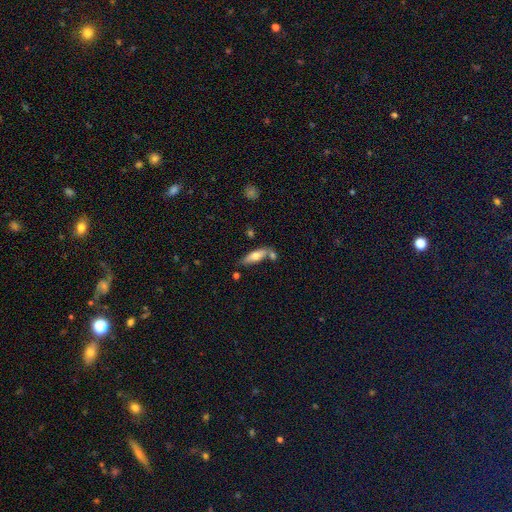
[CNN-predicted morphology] Smooth or featured? smooth (61%)
How rounded? cigar-shaped (50%)
Merging? none (61%)